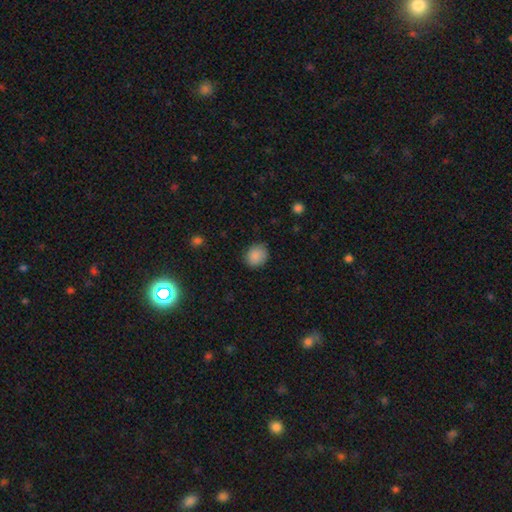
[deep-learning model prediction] This is clearly a smooth galaxy (88%). How rounded: likely round (69%). Merging: clearly none (84%).